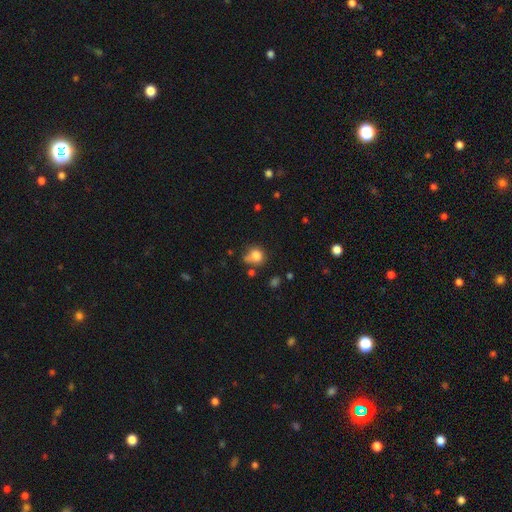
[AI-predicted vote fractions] smooth-or-featured: smooth: 80% | star or artifact: 11% | featured or disk: 8%
  how-rounded: round: 73% | in between: 26% | cigar-shaped: 1%
  merging: none: 49% | minor disturbance: 24% | merger: 16% | major disturbance: 10%